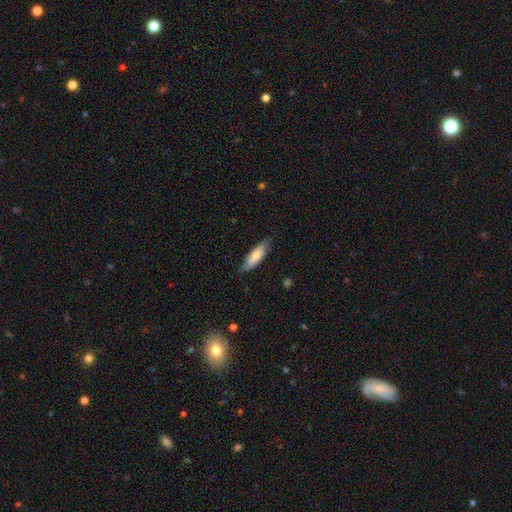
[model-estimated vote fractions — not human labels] Smooth or featured? Predicted: smooth (p=0.70). How rounded? Predicted: cigar-shaped (p=0.51). Merging? Predicted: none (p=0.77).